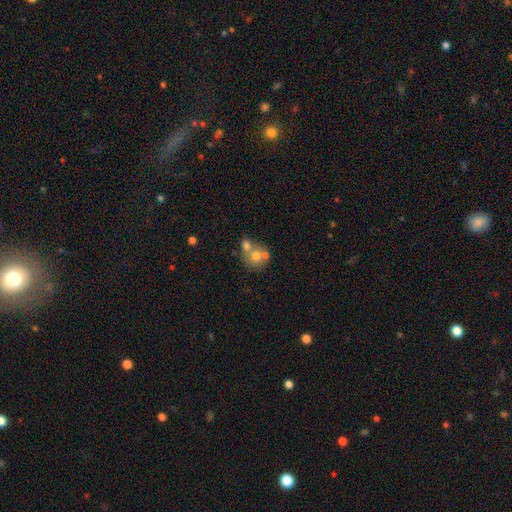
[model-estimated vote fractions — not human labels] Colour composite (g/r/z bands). It shows a smooth galaxy with no disk features (62%) that is round (73%). Merging: merger (57%).